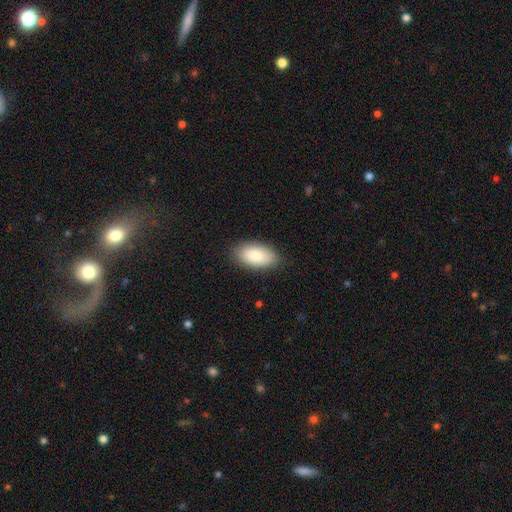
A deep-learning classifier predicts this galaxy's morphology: A smooth galaxy with no disk features (84%) that is in between round and cigar-shaped (95%). Merging: none (86%).